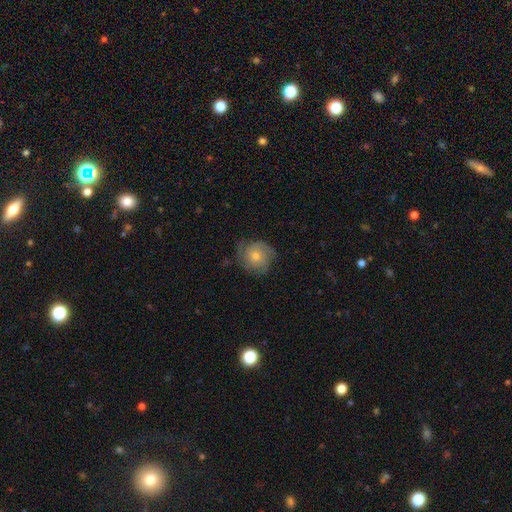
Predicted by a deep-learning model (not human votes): Smooth or featured? Predicted: featured or disk (p=0.61). Edge-on disk? Predicted: no (p=0.97). Bar? Predicted: no (p=0.81). Spiral arms? Predicted: yes (p=0.88). Spiral winding? Predicted: tight (p=0.57). Spiral arm count? Predicted: can't tell (p=0.33). Bulge size? Predicted: moderate (p=0.53). Merging? Predicted: none (p=0.70).